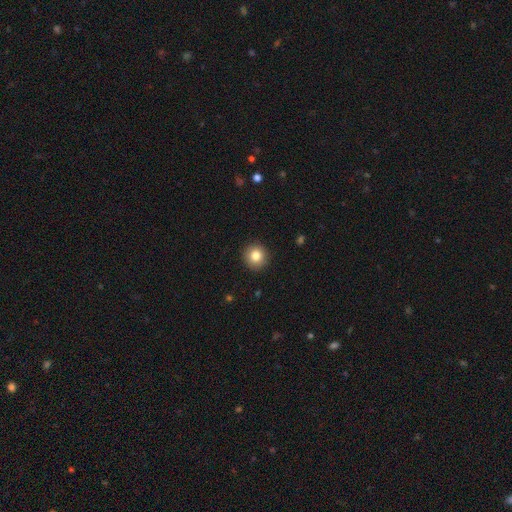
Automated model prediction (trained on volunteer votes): Smooth or featured?
  - smooth: 83% *
  - star or artifact: 10%
  - featured or disk: 7%
How rounded?
  - round: 93% *
  - in between: 6%
  - cigar-shaped: 1%
Merging?
  - none: 92% *
  - minor disturbance: 5%
  - major disturbance: 2%
  - merger: 1%